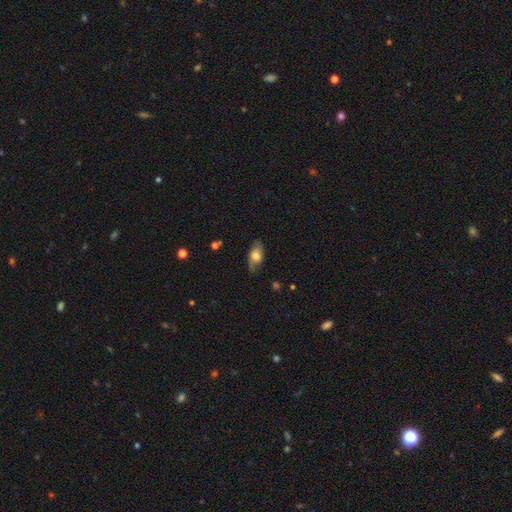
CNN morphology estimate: This is possibly a smooth galaxy (58%). How rounded: clearly in between (88%). Merging: likely none (70%).